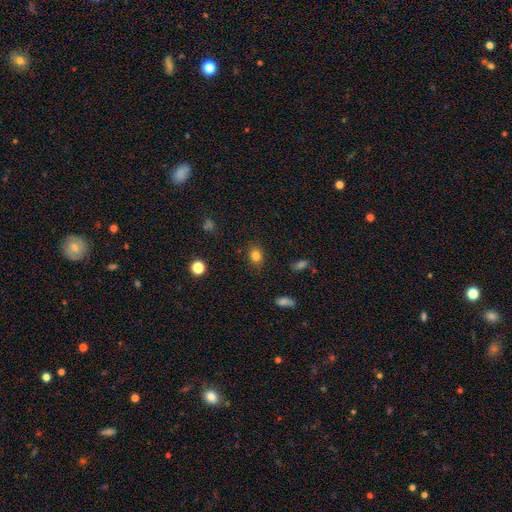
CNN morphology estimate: Overall: smooth (82%). How rounded: in between (53%; round 46%). Merging: none (85%).